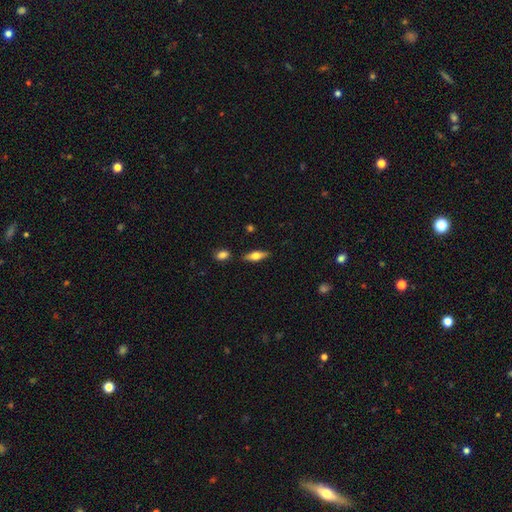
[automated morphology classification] Smooth or featured: smooth — 53% (featured or disk — 40%)
How rounded: in between — 58% (cigar-shaped — 39%)
Merging: none — 83% (minor disturbance — 10%)